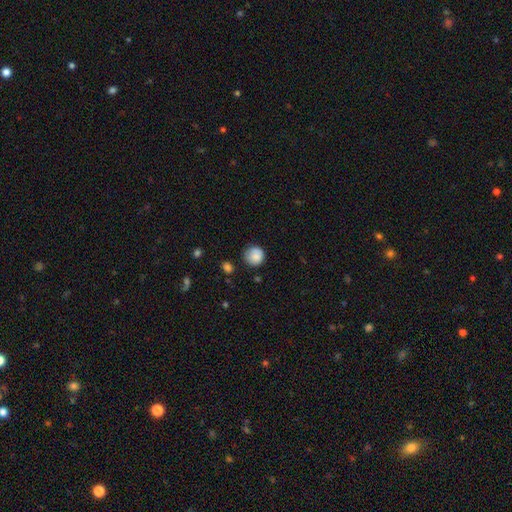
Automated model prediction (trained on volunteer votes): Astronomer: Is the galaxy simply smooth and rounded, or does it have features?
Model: smooth — 85%.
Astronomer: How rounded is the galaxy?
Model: round — 92%.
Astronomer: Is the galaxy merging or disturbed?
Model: none — 73%.